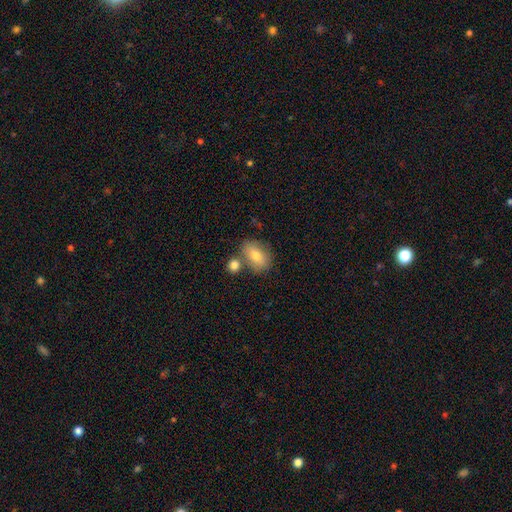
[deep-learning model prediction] Smooth or featured: smooth — 74% (featured or disk — 17%)
How rounded: in between — 74% (round — 23%)
Merging: none — 60% (merger — 23%)